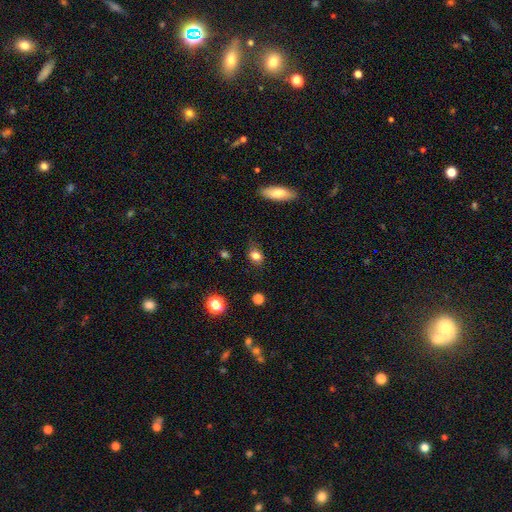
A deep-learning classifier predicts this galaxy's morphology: Q: Smooth or featured?
A: smooth (79%); runner-up: star or artifact (13%)
Q: How rounded?
A: in between (50%); runner-up: round (47%)
Q: Merging?
A: none (72%); runner-up: minor disturbance (21%)